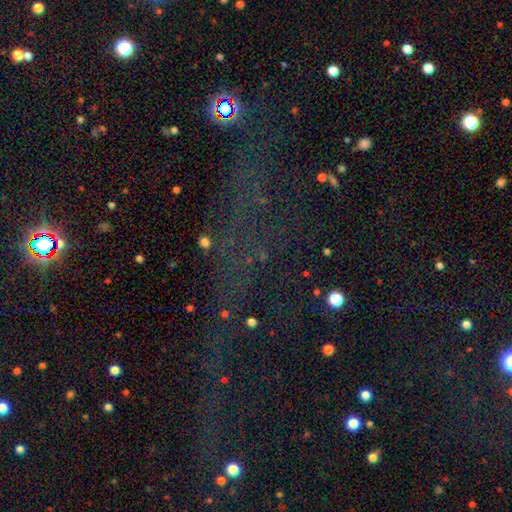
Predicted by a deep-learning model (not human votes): Smooth or featured?
  - star or artifact: 73% *
  - smooth: 14%
  - featured or disk: 12%